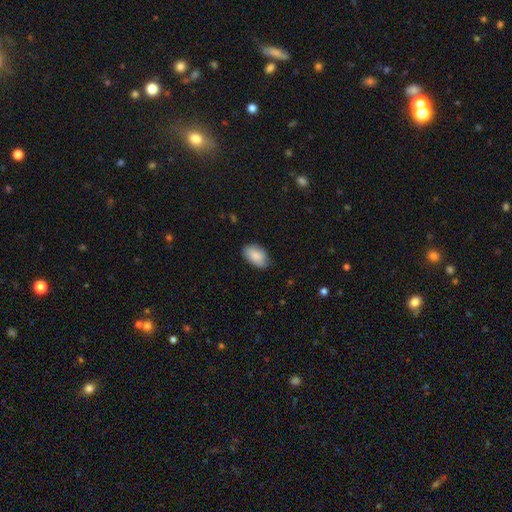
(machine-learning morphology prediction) Smooth or featured: smooth — 86% (featured or disk — 8%)
How rounded: in between — 93% (round — 5%)
Merging: none — 75% (minor disturbance — 20%)